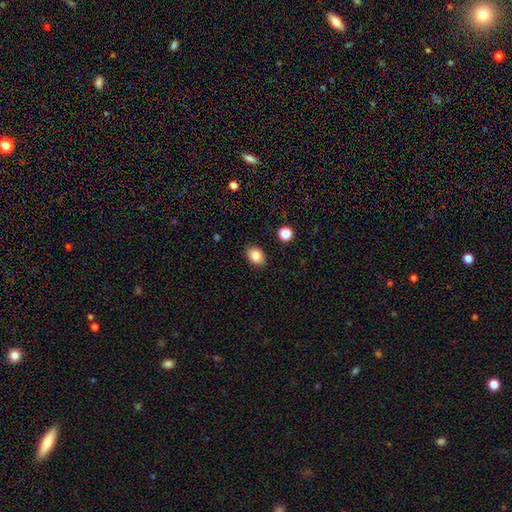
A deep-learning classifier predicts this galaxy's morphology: smooth_or_featured: smooth (p=0.86) [alt: star or artifact p=0.09]
how_rounded: in between (p=0.71) [alt: round p=0.28]
merging: none (p=0.87) [alt: minor disturbance p=0.09]